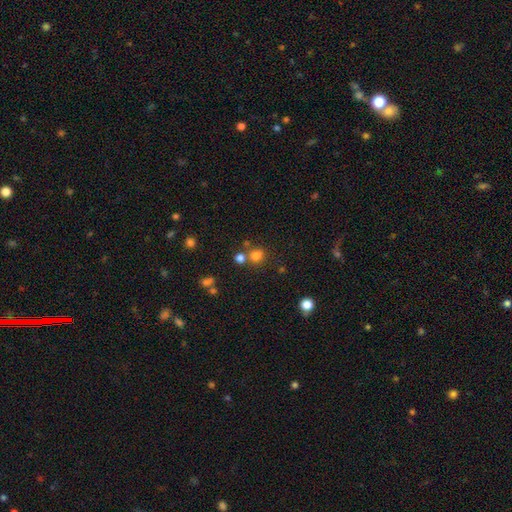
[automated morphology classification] smooth-or-featured: smooth: 74% | star or artifact: 18% | featured or disk: 8%
  how-rounded: round: 77% | in between: 22% | cigar-shaped: 1%
  merging: none: 58% | merger: 28% | minor disturbance: 10% | major disturbance: 4%